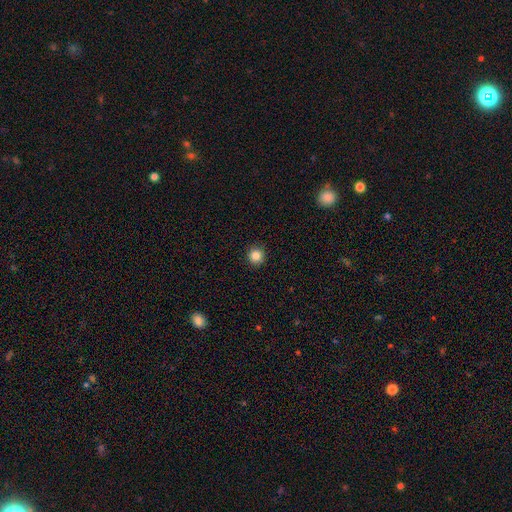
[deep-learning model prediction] The model was most divided on "smooth or featured": smooth: 84%, star or artifact: 11%, featured or disk: 5%. More confident: how rounded — round (95%); merging — none (92%).